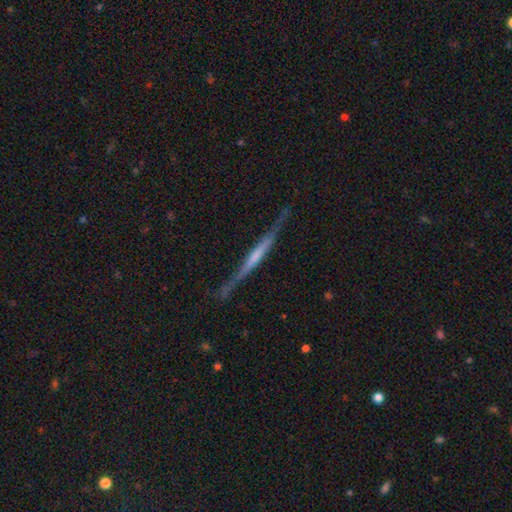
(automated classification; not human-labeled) A featured or disk galaxy (69%) viewed edge-on (96%) with no central bulge (52%).

Vote fractions:
- Smooth or featured? featured or disk: 69% / smooth: 25% / star or artifact: 6%
- Edge-on disk? yes: 96% / no: 4%
- Edge-on bulge? none: 52% / boxy: 25% / rounded: 23%
- Merging? none: 78% / minor disturbance: 16% / major disturbance: 4% / merger: 2%